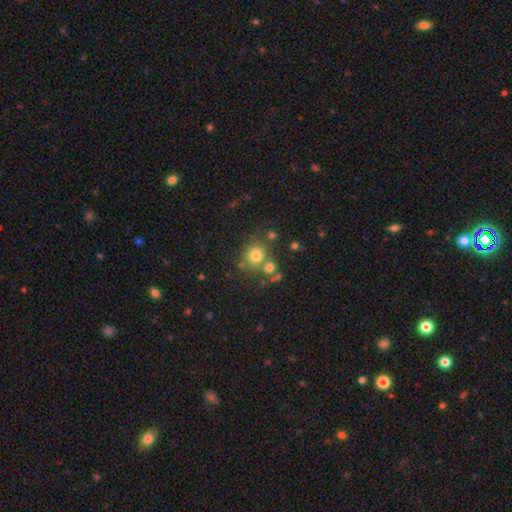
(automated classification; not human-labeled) smooth_or_featured: smooth (p=0.75) [alt: star or artifact p=0.15]
how_rounded: round (p=0.86) [alt: in between p=0.13]
merging: none (p=0.67) [alt: merger p=0.18]